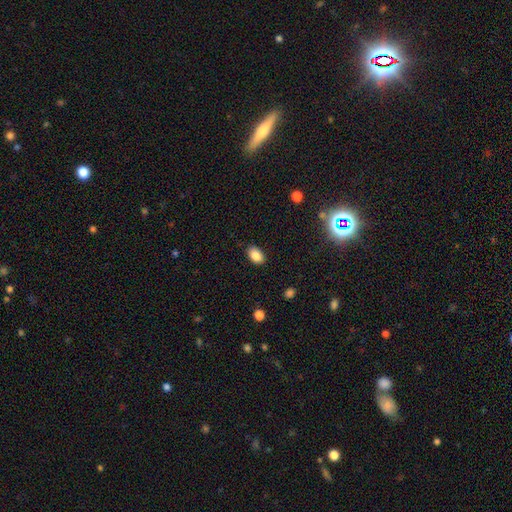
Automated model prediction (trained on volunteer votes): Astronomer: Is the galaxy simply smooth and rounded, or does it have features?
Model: smooth — 86%.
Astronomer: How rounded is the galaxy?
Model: in between — 89%.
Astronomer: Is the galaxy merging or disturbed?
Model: none — 87%.